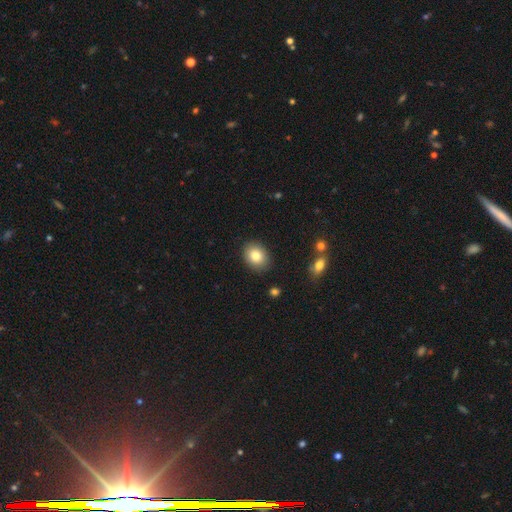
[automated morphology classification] Smooth or featured?
  - smooth: 83% *
  - featured or disk: 9%
  - star or artifact: 8%
How rounded?
  - in between: 57% *
  - round: 42%
  - cigar-shaped: 1%
Merging?
  - none: 88% *
  - minor disturbance: 8%
  - major disturbance: 2%
  - merger: 1%